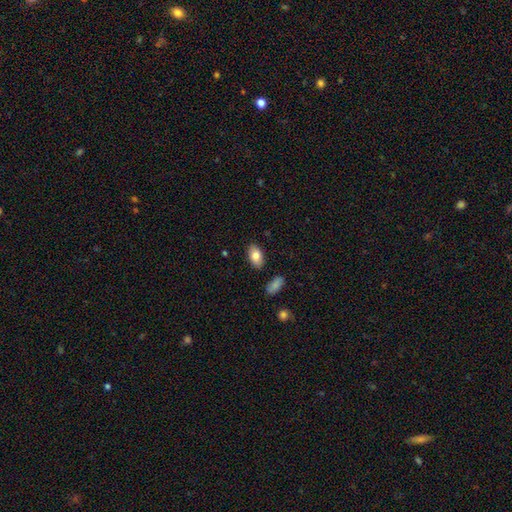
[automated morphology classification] type=smooth (82%); roundness=in between (93%); merging=none (86%).